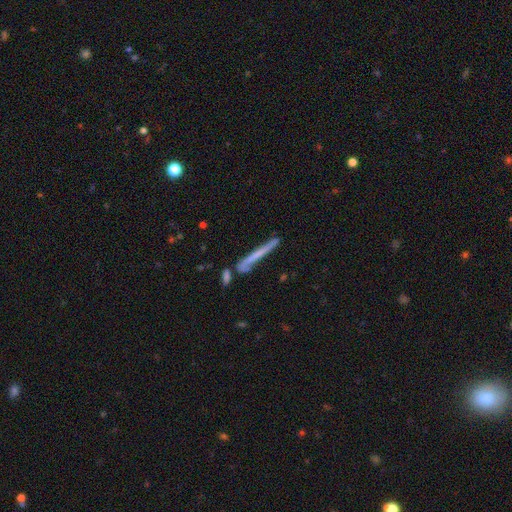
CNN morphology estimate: Overall: featured or disk (48%; smooth 43%). Merging: none (61%).